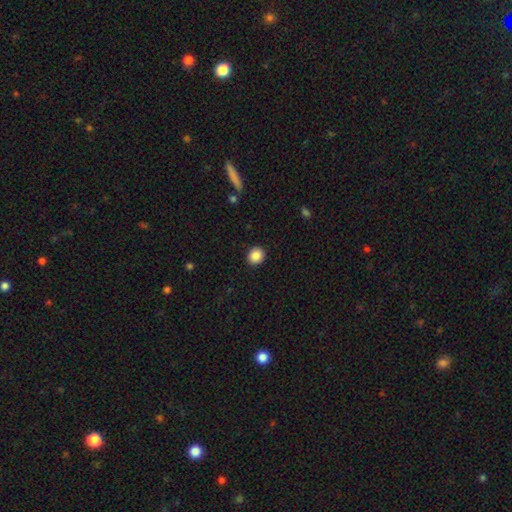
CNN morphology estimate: type=smooth (88%); roundness=round (80%); merging=none (92%).